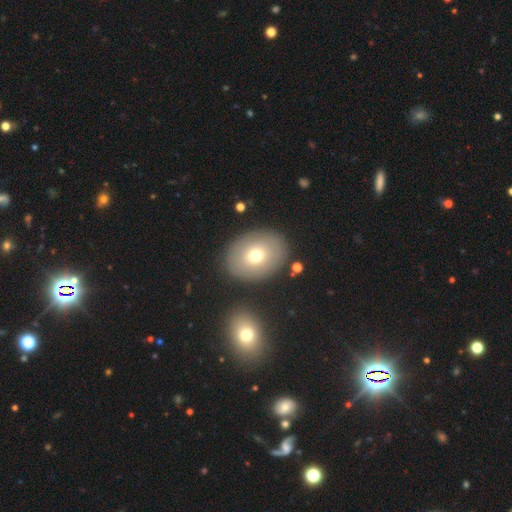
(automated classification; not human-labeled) Smooth or featured? smooth (68%)
How rounded? in between (65%)
Merging? none (83%)